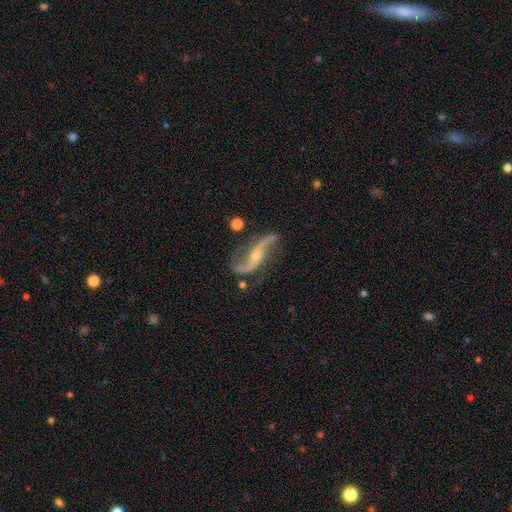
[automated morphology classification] Smooth or featured? Predicted: featured or disk (p=0.91). Edge-on disk? Predicted: no (p=0.93). Bar? Predicted: no (p=0.49). Spiral arms? Predicted: yes (p=0.97). Spiral winding? Predicted: loose (p=0.84). Spiral arm count? Predicted: 2 (p=0.94). Bulge size? Predicted: small (p=0.62). Merging? Predicted: none (p=0.71).